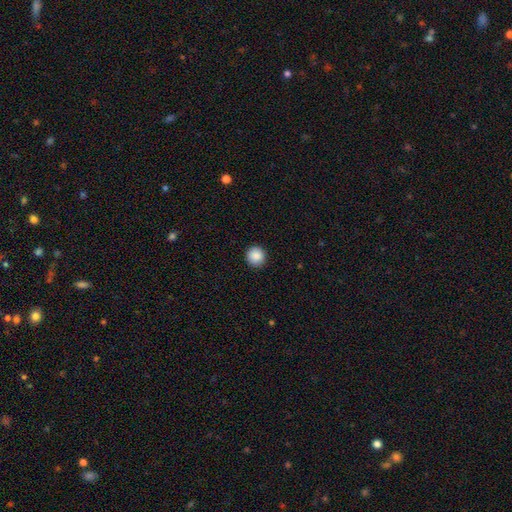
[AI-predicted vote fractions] Smooth or featured? smooth (88%)
How rounded? round (93%)
Merging? none (92%)